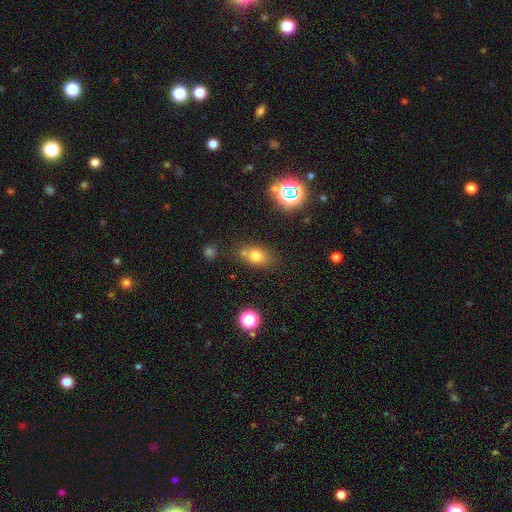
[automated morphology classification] smooth 74%, star or artifact 15%, featured or disk 11%. Down the decision tree: how rounded — in between (71%); merging — none (65%).